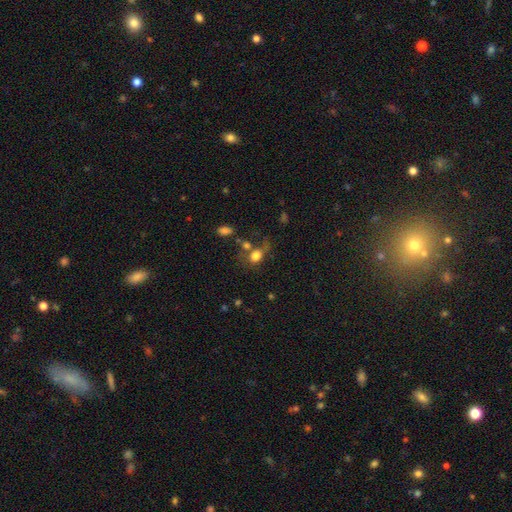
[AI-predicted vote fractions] smooth 74%, featured or disk 13%, star or artifact 12%. Down the decision tree: how rounded — round (50%); merging — none (34%).